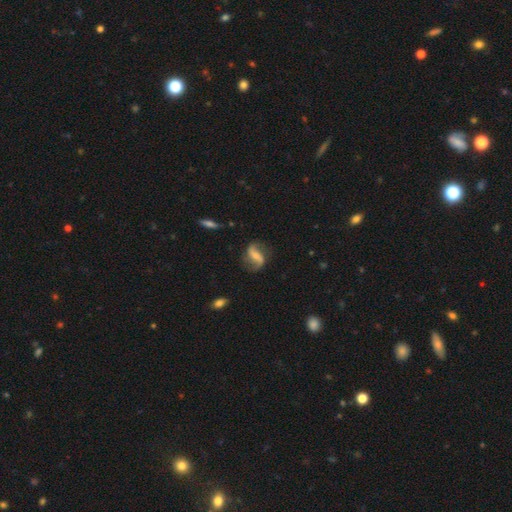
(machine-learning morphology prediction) This appears to be a featured or disk galaxy (77%) with a strong bar (41%), 2 (91%) loose (70%) spiral arms (93%) and a small central bulge (45%). Merging: none (74%).